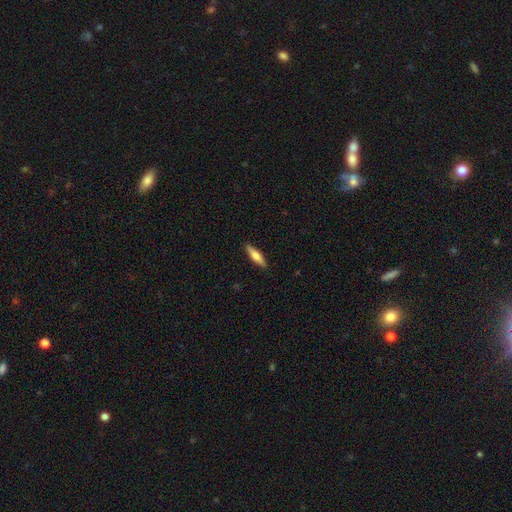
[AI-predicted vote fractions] smooth 60%, featured or disk 34%, star or artifact 6%. Down the decision tree: how rounded — cigar-shaped (71%); merging — none (90%).